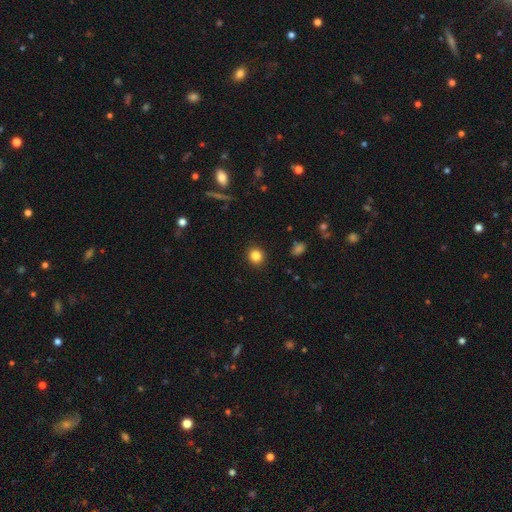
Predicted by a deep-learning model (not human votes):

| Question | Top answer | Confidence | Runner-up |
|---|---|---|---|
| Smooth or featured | smooth | 84% | star or artifact (11%) |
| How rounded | round | 84% | in between (15%) |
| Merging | none | 91% | minor disturbance (6%) |